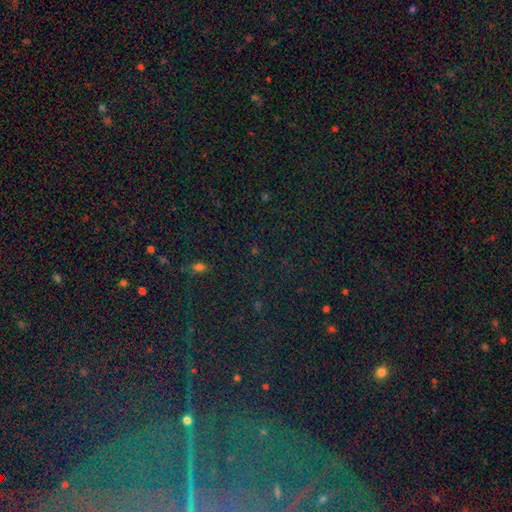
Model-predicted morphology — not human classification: This appears to be a star or artifact, not a galaxy (72%).